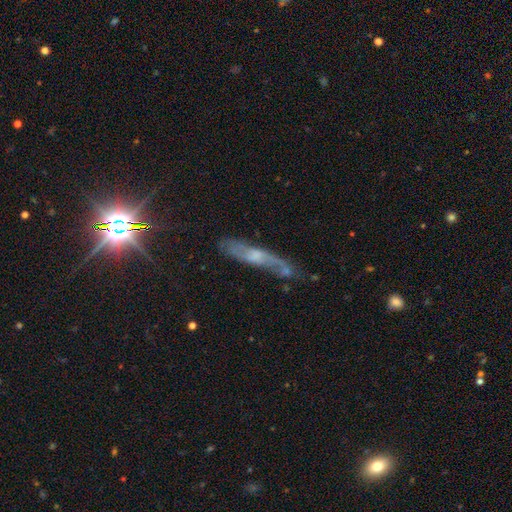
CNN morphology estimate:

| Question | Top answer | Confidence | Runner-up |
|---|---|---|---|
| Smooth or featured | featured or disk | 61% | smooth (29%) |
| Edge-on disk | yes | 51% | no (49%) |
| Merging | none | 53% | minor disturbance (27%) |